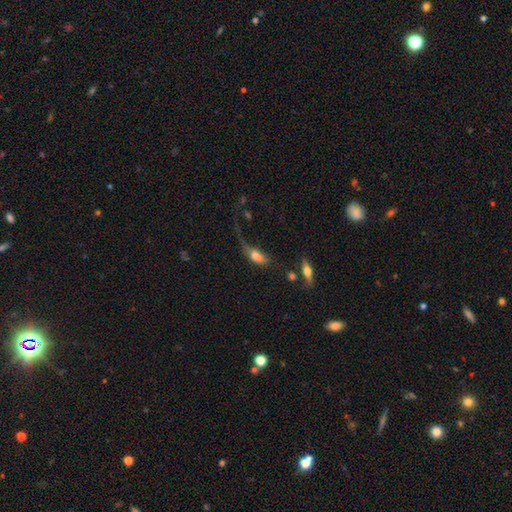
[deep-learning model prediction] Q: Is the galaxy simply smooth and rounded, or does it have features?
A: smooth — 68%.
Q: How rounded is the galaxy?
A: in between — 79%.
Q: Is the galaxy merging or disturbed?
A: major disturbance — 49%.